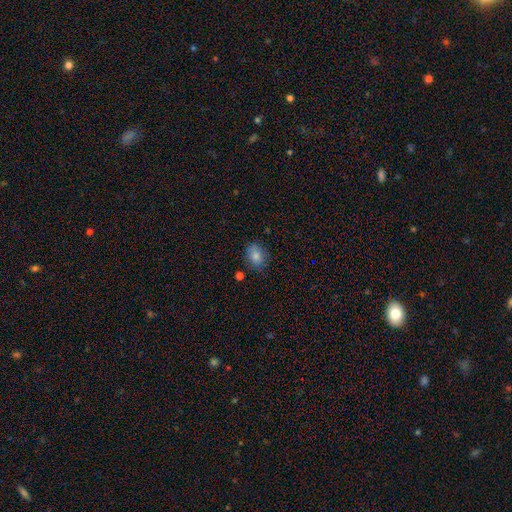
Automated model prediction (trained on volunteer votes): Smooth or featured? smooth (83%)
How rounded? in between (63%)
Merging? none (77%)